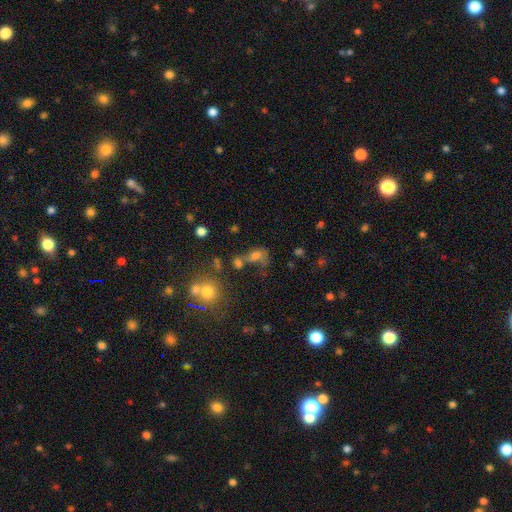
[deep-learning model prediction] Overall: smooth (63%). How rounded: in between (69%). Merging: merger (36%; none 26%).